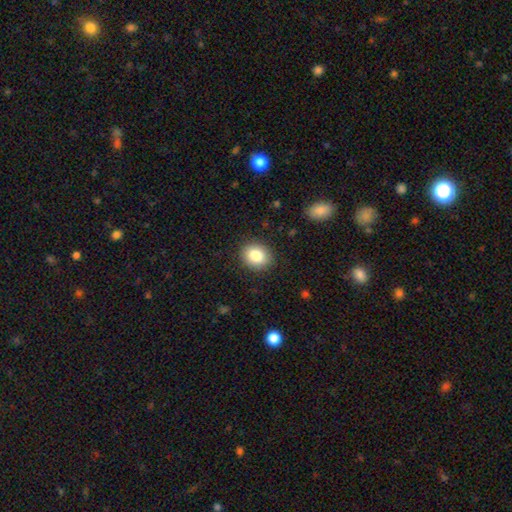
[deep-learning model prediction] A smooth galaxy with no disk features (84%) that is round (62%). Merging: none (89%).